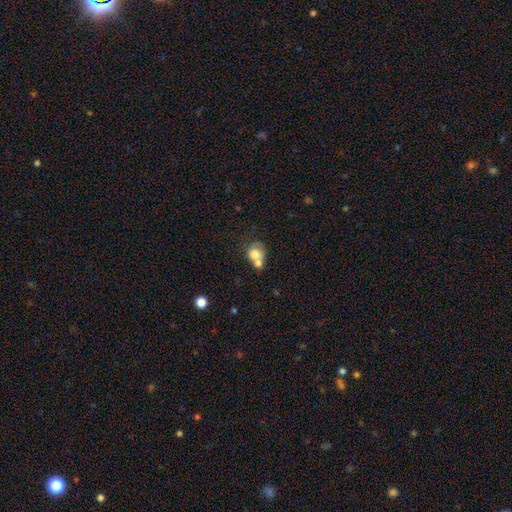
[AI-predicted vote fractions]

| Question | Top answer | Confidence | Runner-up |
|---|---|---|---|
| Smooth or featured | smooth | 73% | featured or disk (18%) |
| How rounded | round | 69% | in between (30%) |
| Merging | merger | 59% | none (27%) |